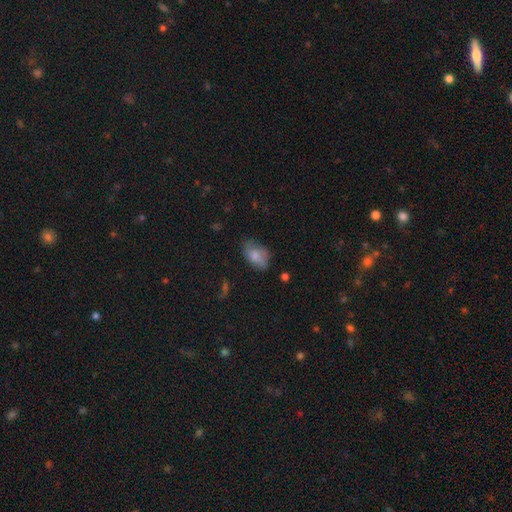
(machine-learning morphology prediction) smooth 76%, featured or disk 16%, star or artifact 8%. Down the decision tree: how rounded — in between (90%); merging — none (58%).